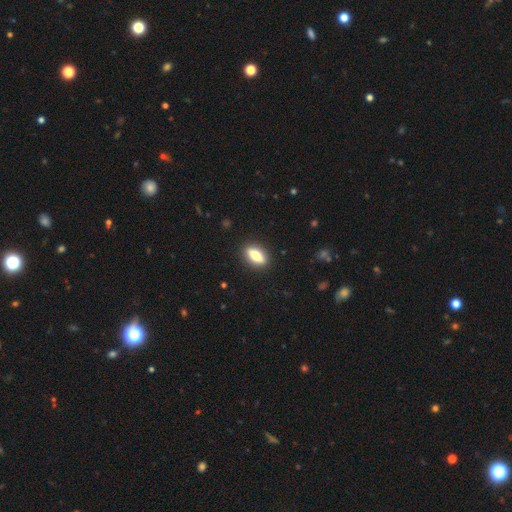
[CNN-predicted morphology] type=smooth (70%); roundness=in between (74%); merging=none (88%).